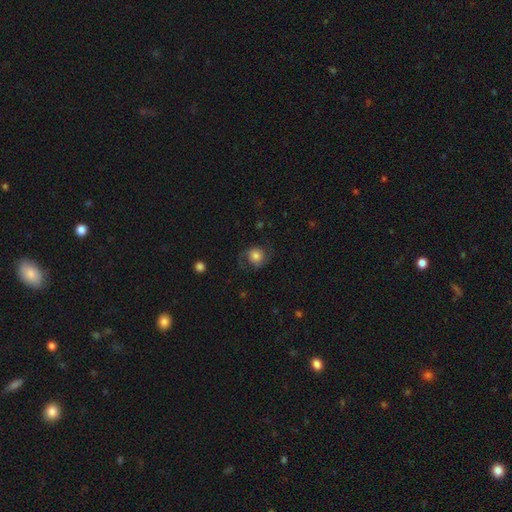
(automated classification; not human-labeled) This appears to be a featured or disk galaxy (51%). Merging: none (70%).